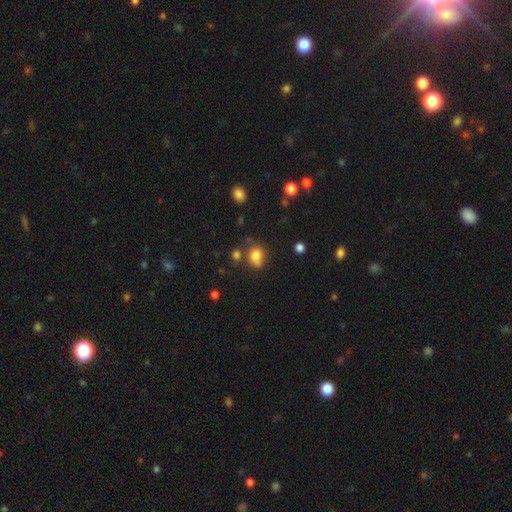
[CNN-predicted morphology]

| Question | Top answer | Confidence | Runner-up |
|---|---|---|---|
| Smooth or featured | smooth | 80% | star or artifact (12%) |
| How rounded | round | 56% | in between (43%) |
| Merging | none | 55% | minor disturbance (23%) |